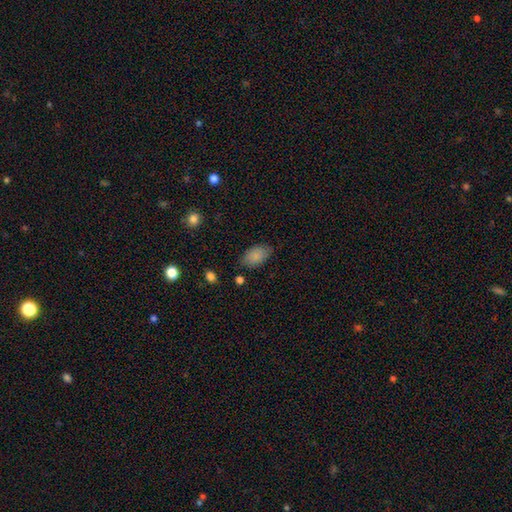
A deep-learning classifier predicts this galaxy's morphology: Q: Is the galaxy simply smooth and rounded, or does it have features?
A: smooth — 86%.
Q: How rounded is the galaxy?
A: in between — 93%.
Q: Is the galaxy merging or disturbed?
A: none — 79%.